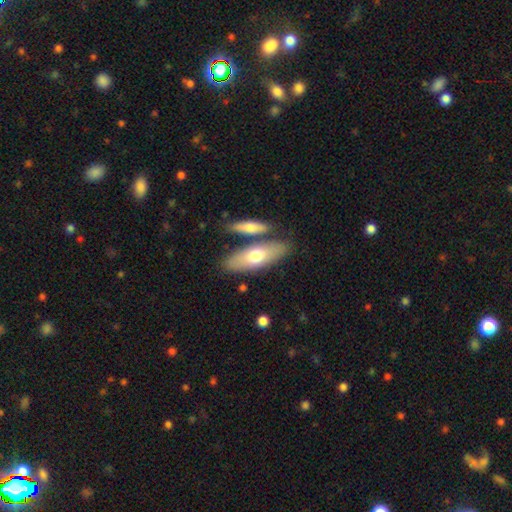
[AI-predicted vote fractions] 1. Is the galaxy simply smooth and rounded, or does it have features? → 64% smooth, 31% featured or disk, 5% star or artifact.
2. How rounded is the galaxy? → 62% in between, 35% cigar-shaped, 3% round.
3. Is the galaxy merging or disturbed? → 70% none, 17% merger, 10% minor disturbance, 3% major disturbance.